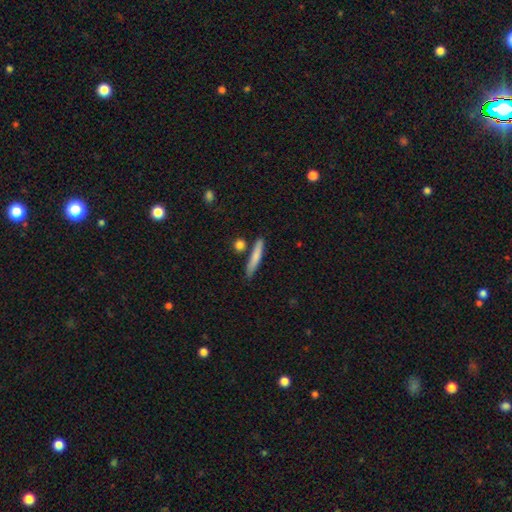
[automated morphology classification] smooth_or_featured: smooth (p=0.76) [alt: featured or disk p=0.17]
how_rounded: cigar-shaped (p=0.89) [alt: in between p=0.08]
merging: none (p=0.77) [alt: minor disturbance p=0.13]